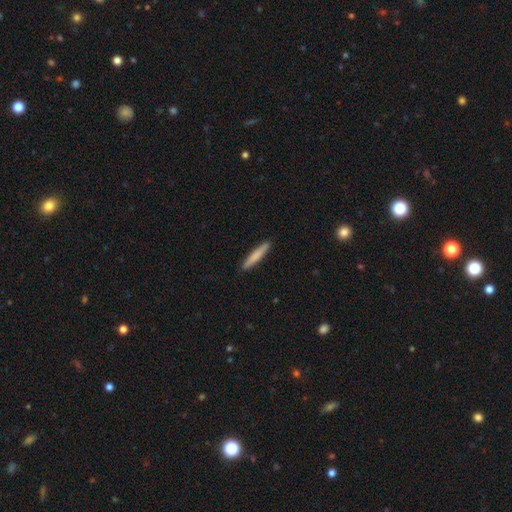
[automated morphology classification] smooth-or-featured: smooth: 76% | featured or disk: 18% | star or artifact: 5%
  how-rounded: cigar-shaped: 94% | in between: 4% | round: 1%
  merging: none: 92% | minor disturbance: 6% | major disturbance: 1% | merger: 1%